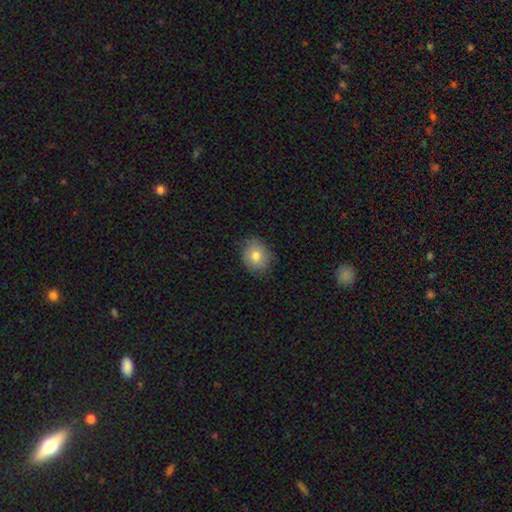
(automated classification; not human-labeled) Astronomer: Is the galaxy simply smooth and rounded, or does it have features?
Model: smooth — 78%.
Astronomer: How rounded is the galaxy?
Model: round — 60% (runner-up: in between, 39%).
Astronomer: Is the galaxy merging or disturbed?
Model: none — 81%.